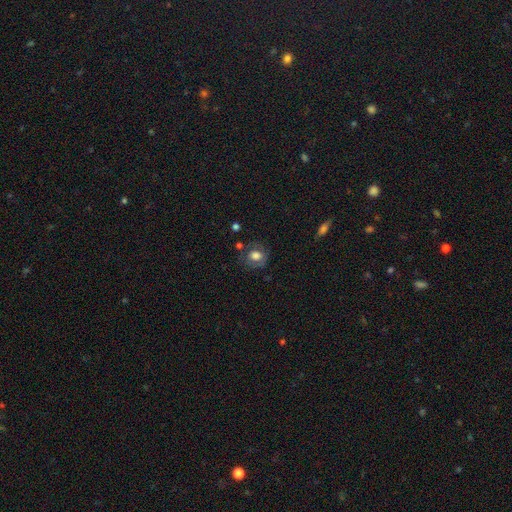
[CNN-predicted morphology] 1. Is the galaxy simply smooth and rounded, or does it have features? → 64% smooth, 26% featured or disk, 10% star or artifact.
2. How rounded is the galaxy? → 63% round, 36% in between, 1% cigar-shaped.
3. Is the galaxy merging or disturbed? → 68% none, 20% minor disturbance, 9% major disturbance, 3% merger.